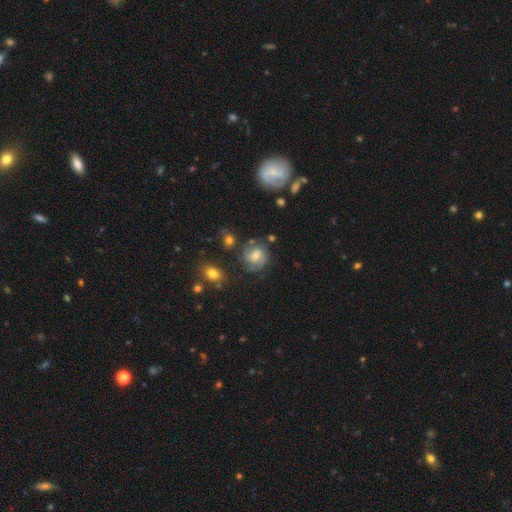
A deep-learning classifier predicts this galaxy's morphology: The model was most divided on "spiral winding": medium: 47%, tight: 38%, loose: 16%. Remaining: edge-on disk — no (98%); spiral arms — yes (92%); spiral arm count — 2 (74%); merging — none (71%); smooth or featured — featured or disk (66%); bar — weak (51%); bulge size — moderate (44%).